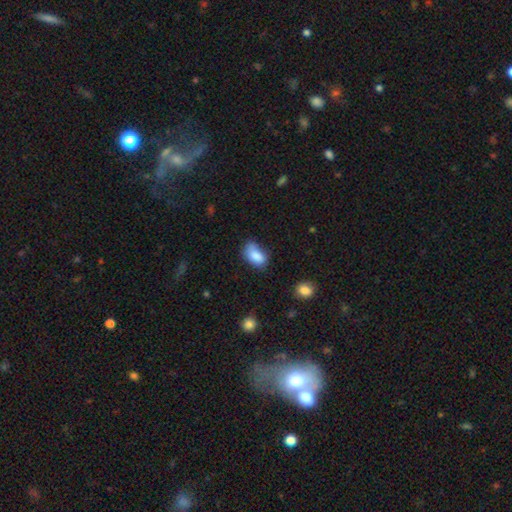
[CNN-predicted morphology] smooth 84%, star or artifact 9%, featured or disk 8%. Down the decision tree: how rounded — in between (91%); merging — none (49%).